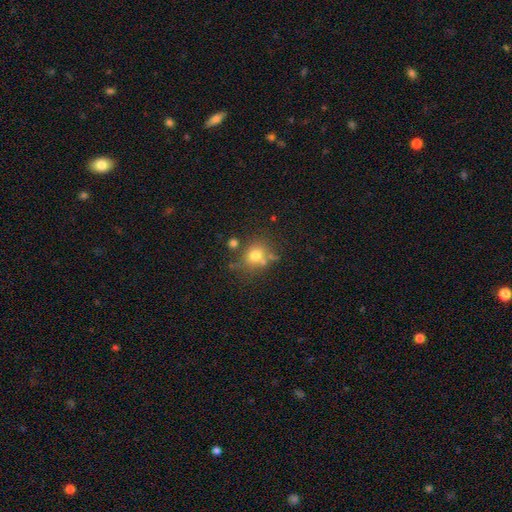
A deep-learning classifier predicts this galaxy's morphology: Smooth or featured?
  - smooth: 72% *
  - star or artifact: 15%
  - featured or disk: 13%
How rounded?
  - round: 72% *
  - in between: 27%
  - cigar-shaped: 1%
Merging?
  - none: 63% *
  - merger: 16%
  - minor disturbance: 16%
  - major disturbance: 6%